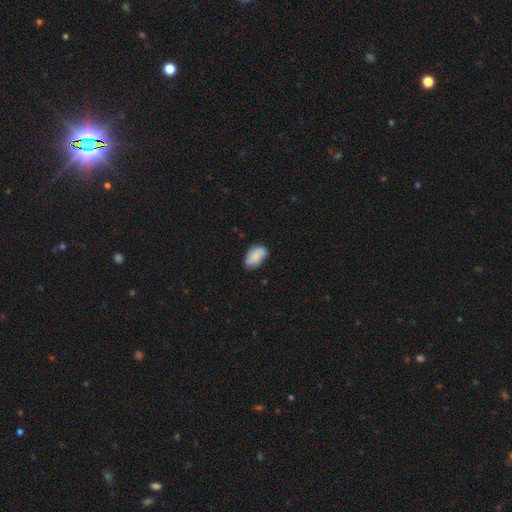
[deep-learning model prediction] Smooth or featured? Predicted: smooth (p=0.81). How rounded? Predicted: in between (p=0.92). Merging? Predicted: none (p=0.67).